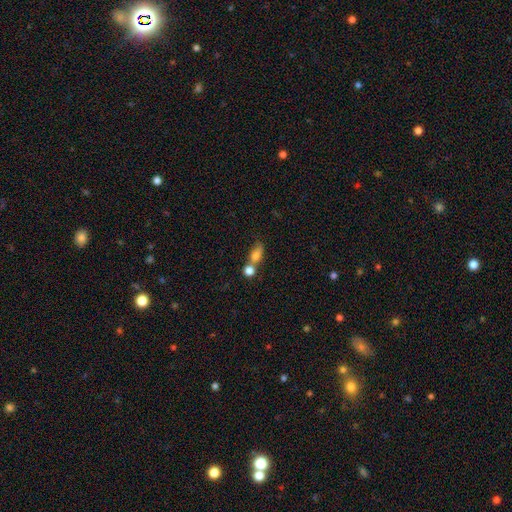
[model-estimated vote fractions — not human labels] Smooth or featured? smooth (75%)
How rounded? in between (64%)
Merging? merger (48%)